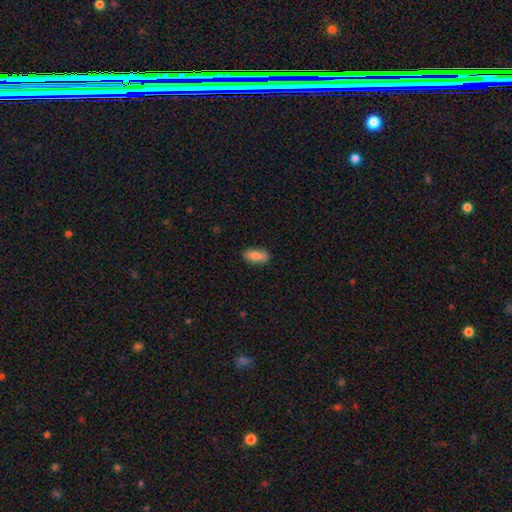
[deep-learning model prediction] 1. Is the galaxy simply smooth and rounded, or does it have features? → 79% smooth, 14% featured or disk, 7% star or artifact.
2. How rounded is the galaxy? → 81% in between, 17% cigar-shaped, 3% round.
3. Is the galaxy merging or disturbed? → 86% none, 11% minor disturbance, 2% major disturbance, 1% merger.